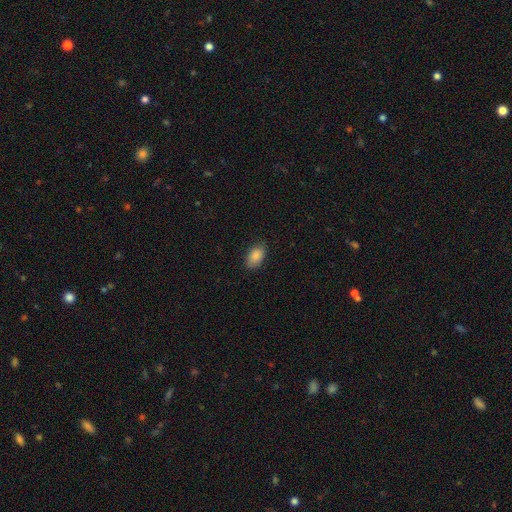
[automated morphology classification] smooth_or_featured: smooth (p=0.88) [alt: star or artifact p=0.07]
how_rounded: in between (p=0.91) [alt: round p=0.07]
merging: none (p=0.83) [alt: minor disturbance p=0.13]